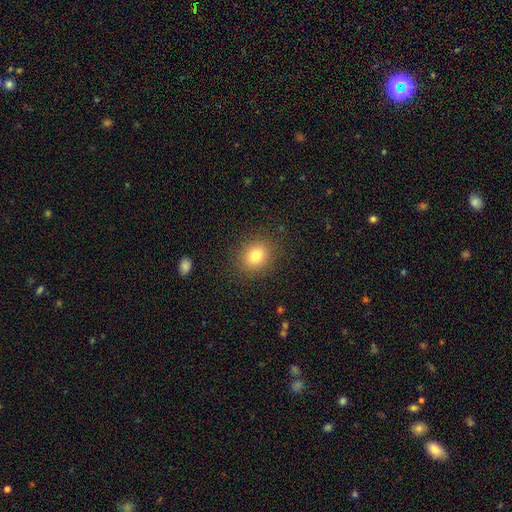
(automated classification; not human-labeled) Smooth or featured: smooth — 80% (star or artifact — 12%)
How rounded: round — 67% (in between — 33%)
Merging: none — 88% (minor disturbance — 8%)